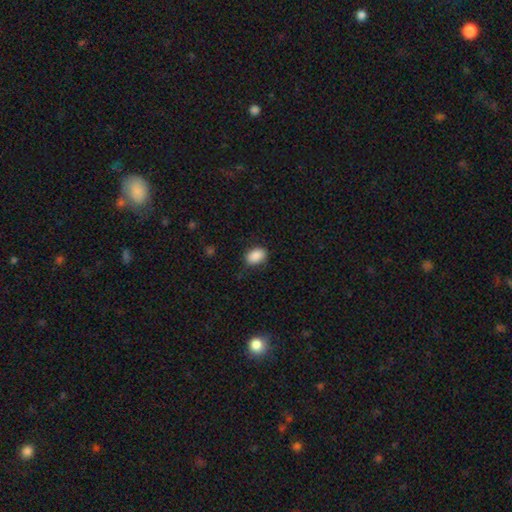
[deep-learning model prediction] Morphology: type=smooth (88%); roundness=in between (84%); merging=none (80%).